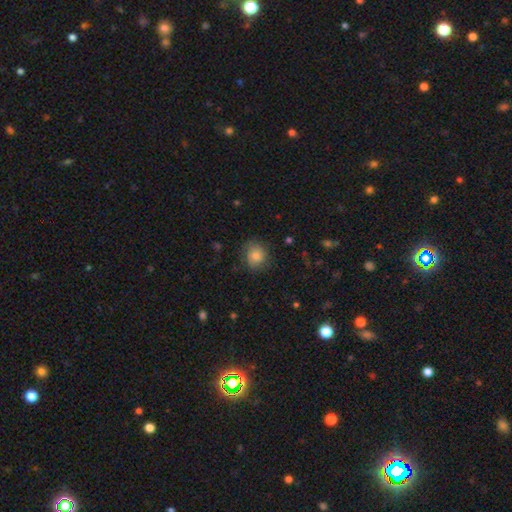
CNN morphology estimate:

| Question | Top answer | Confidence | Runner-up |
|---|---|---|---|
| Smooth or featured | smooth | 75% | featured or disk (15%) |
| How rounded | round | 83% | in between (16%) |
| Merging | none | 77% | minor disturbance (16%) |